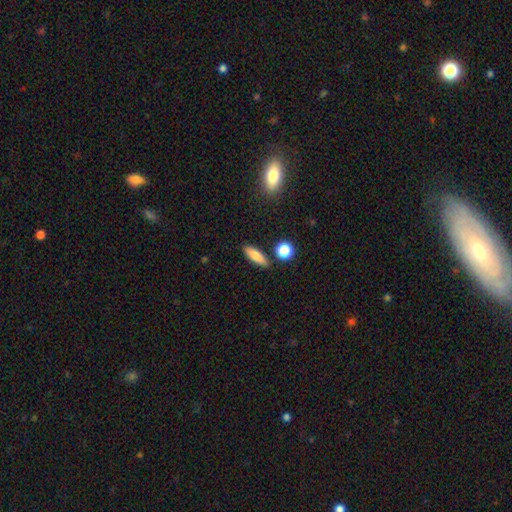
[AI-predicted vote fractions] Morphology: type=smooth (80%); roundness=in between (48%); merging=none (83%).